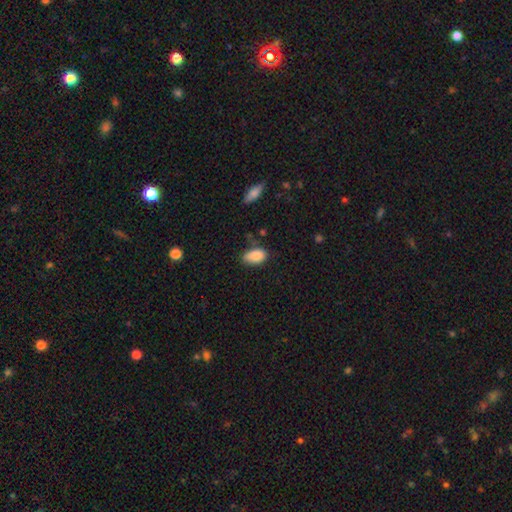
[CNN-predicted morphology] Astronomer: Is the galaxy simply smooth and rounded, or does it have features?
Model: smooth — 87%.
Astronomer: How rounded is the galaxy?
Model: in between — 92%.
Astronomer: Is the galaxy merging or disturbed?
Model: none — 64%.